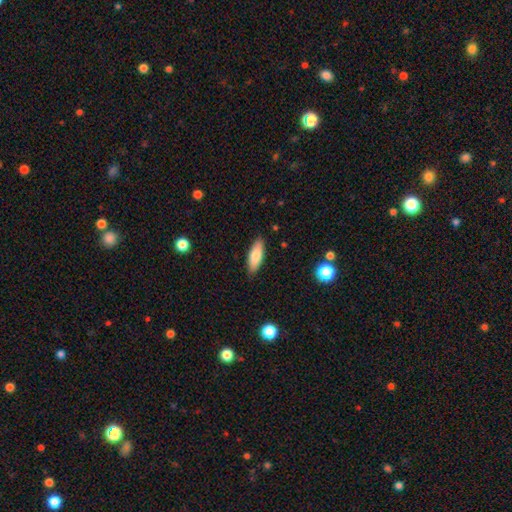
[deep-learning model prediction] Q: Smooth or featured?
A: smooth (80%); runner-up: featured or disk (14%)
Q: How rounded?
A: in between (65%); runner-up: cigar-shaped (33%)
Q: Merging?
A: none (87%); runner-up: minor disturbance (10%)